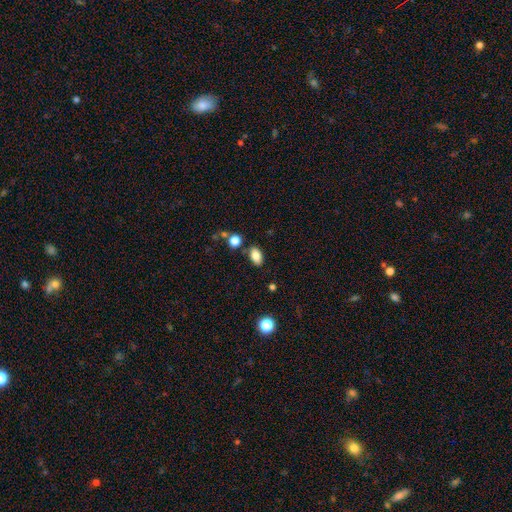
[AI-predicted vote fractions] Smooth or featured? Predicted: smooth (p=0.83). How rounded? Predicted: in between (p=0.89). Merging? Predicted: none (p=0.80).